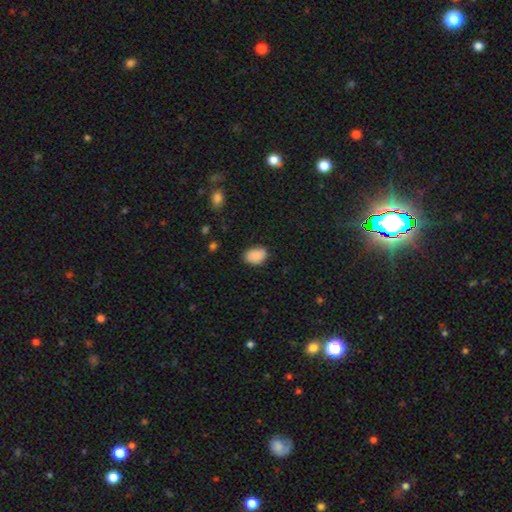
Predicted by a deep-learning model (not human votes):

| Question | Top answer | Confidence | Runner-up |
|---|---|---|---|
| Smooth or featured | smooth | 87% | star or artifact (7%) |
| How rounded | in between | 77% | round (22%) |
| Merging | none | 81% | minor disturbance (15%) |